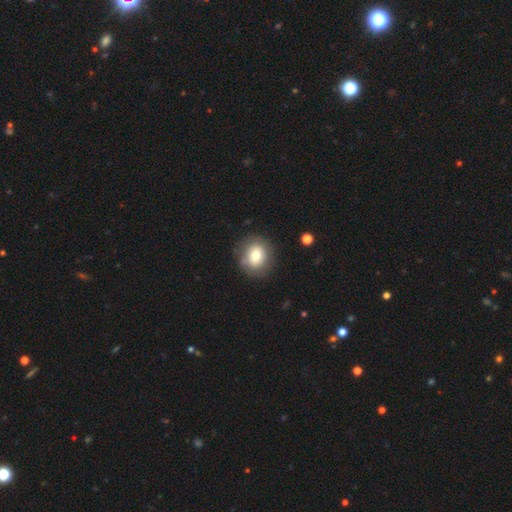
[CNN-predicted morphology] Q: Smooth or featured?
A: smooth (73%); runner-up: featured or disk (18%)
Q: How rounded?
A: round (76%); runner-up: in between (23%)
Q: Merging?
A: none (82%); runner-up: minor disturbance (12%)